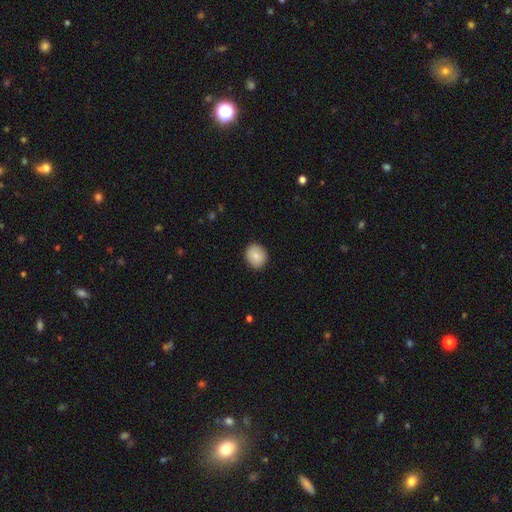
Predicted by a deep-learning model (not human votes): Smooth or featured? Predicted: smooth (p=0.83). How rounded? Predicted: round (p=0.71). Merging? Predicted: none (p=0.88).